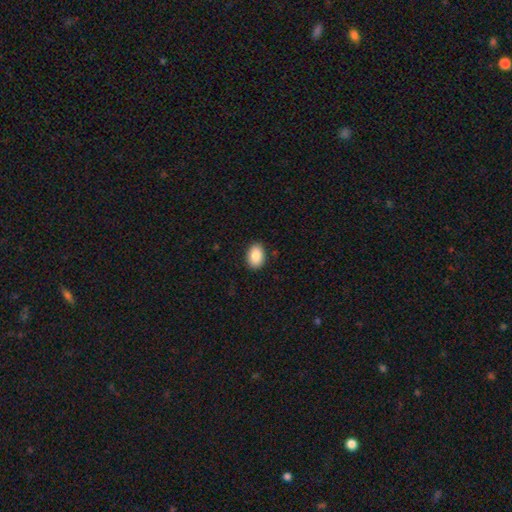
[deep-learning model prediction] smooth_or_featured: smooth (p=0.89) [alt: star or artifact p=0.07]
how_rounded: in between (p=0.86) [alt: round p=0.13]
merging: none (p=0.88) [alt: minor disturbance p=0.09]